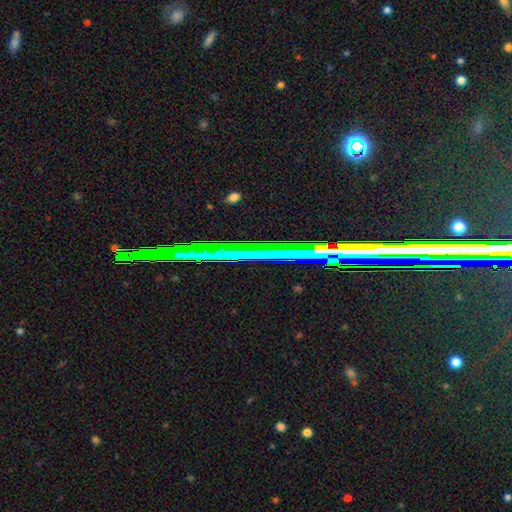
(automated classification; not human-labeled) Smooth or featured: star or artifact — 68% (featured or disk — 18%)